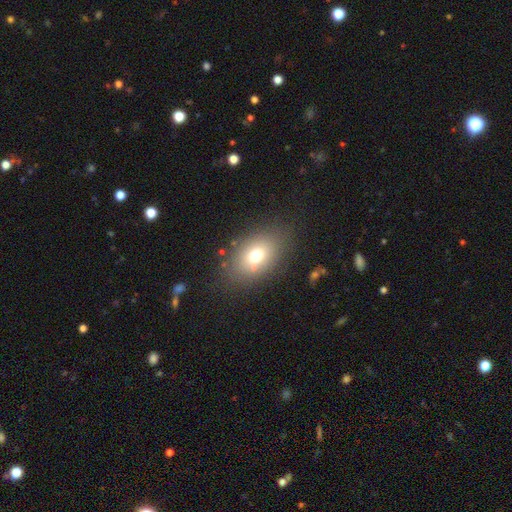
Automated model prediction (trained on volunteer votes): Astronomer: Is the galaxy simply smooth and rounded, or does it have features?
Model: smooth — 70%.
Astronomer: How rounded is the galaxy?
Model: in between — 79%.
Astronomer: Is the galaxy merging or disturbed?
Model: none — 77%.